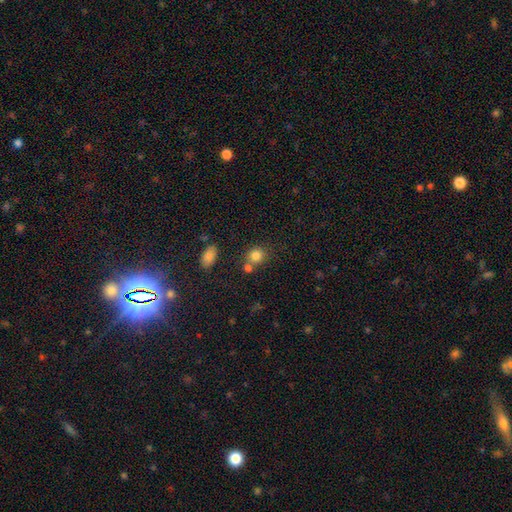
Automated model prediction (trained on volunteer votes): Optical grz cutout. It shows a smooth galaxy with no disk features (82%) that is round (74%). Merging: none (59%).